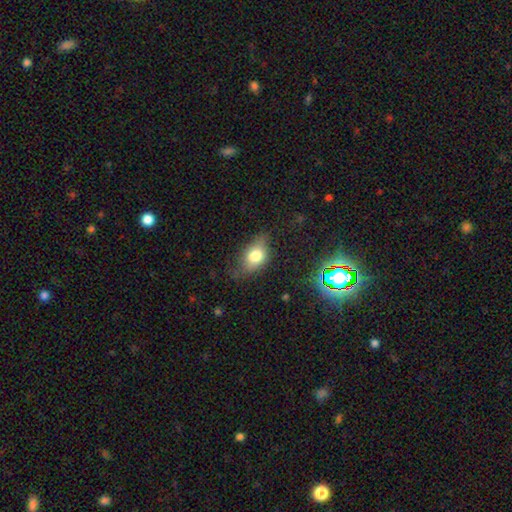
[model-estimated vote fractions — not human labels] This appears to be a smooth galaxy with no disk features (69%) that is in between round and cigar-shaped (79%). Merging: none (59%).